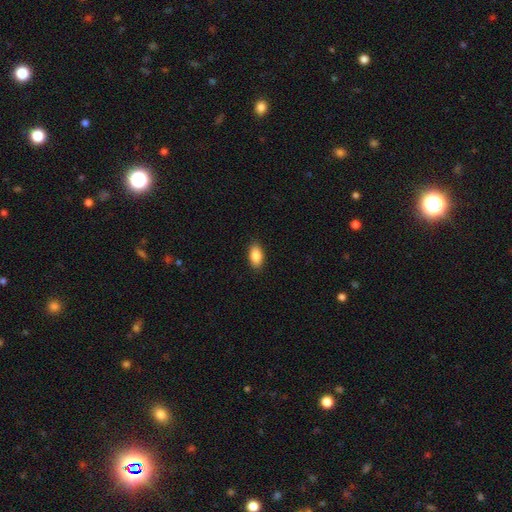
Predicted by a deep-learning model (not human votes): A smooth galaxy with no disk features (87%) that is in between round and cigar-shaped (92%).

Vote fractions:
- Smooth or featured? smooth: 87% / star or artifact: 7% / featured or disk: 6%
- How rounded? in between: 92% / round: 4% / cigar-shaped: 3%
- Merging? none: 89% / minor disturbance: 8% / major disturbance: 2% / merger: 1%